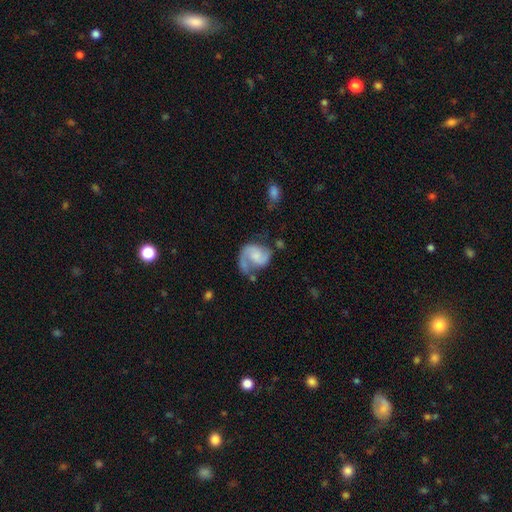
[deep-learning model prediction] Morphology: type=featured or disk (73%); edge-on=no (98%); bar=no (60%); spiral arms=yes (92%); winding=medium (45%); arm count=2 (60%); bulge=small (31%); merging=none (41%).